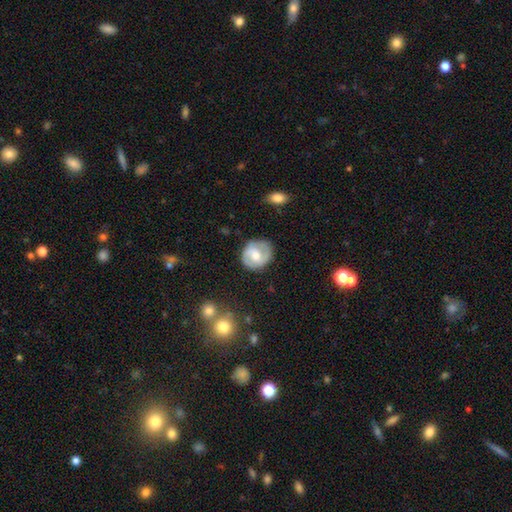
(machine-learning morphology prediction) type=featured or disk (65%); edge-on=no (97%); bar=weak (47%); spiral arms=yes (85%); winding=medium (46%); arm count=2 (84%); bulge=moderate (64%); merging=none (79%).